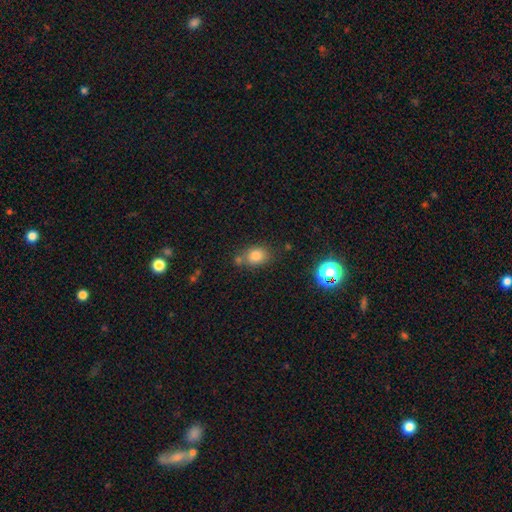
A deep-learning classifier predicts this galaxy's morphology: This appears to be a smooth galaxy with no disk features (80%) that is in between round and cigar-shaped (54%). Merging: none (63%).